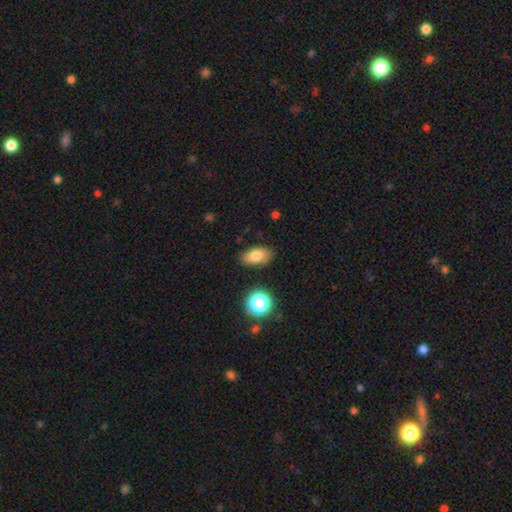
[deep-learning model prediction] Overall: smooth (78%). How rounded: in between (88%). Merging: none (82%).